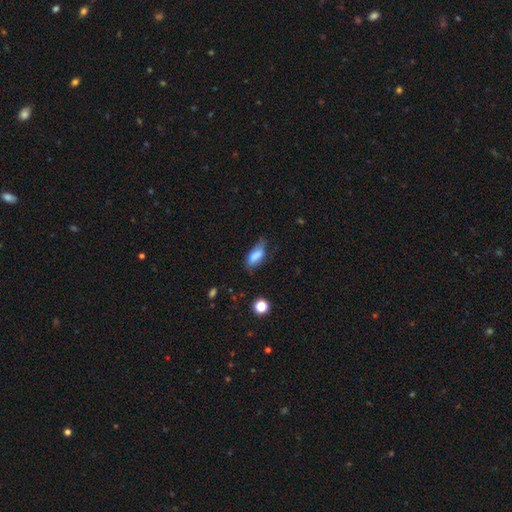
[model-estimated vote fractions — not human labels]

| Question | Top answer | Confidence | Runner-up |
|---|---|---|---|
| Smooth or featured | smooth | 77% | featured or disk (14%) |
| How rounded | in between | 79% | cigar-shaped (17%) |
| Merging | none | 49% | minor disturbance (36%) |